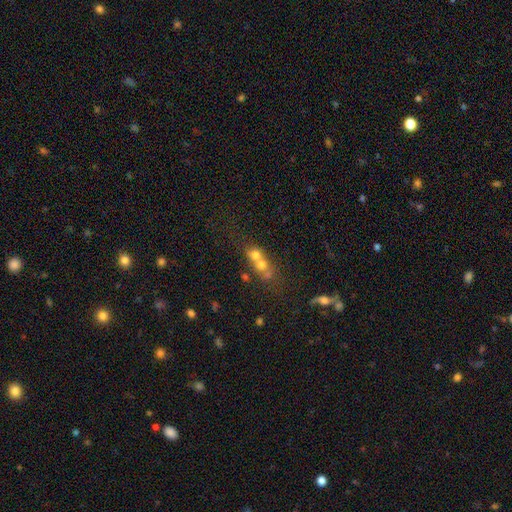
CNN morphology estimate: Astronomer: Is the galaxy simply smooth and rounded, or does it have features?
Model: smooth — 59%.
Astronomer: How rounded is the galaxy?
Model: round — 70%.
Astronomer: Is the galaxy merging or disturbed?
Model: merger — 65%.